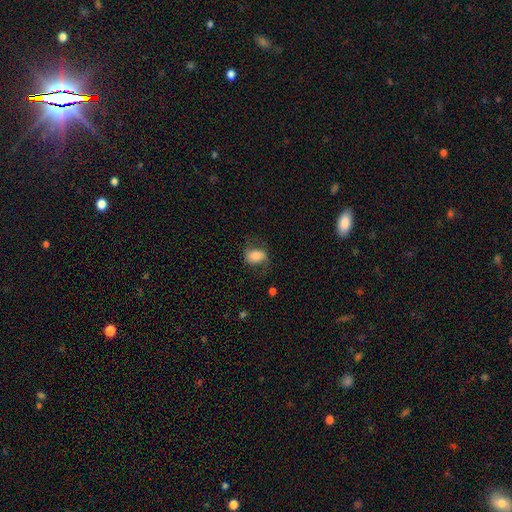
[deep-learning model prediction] Morphology: type=smooth (53%); roundness=in between (73%); merging=none (59%).